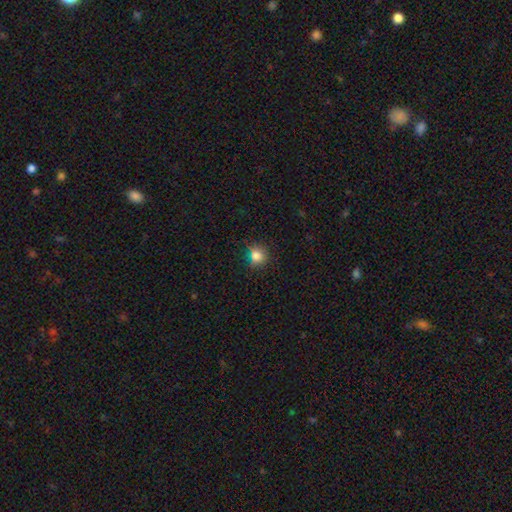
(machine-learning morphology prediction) smooth-or-featured: smooth: 79% | star or artifact: 16% | featured or disk: 5%
  how-rounded: round: 84% | in between: 14% | cigar-shaped: 1%
  merging: none: 81% | minor disturbance: 13% | major disturbance: 3% | merger: 2%